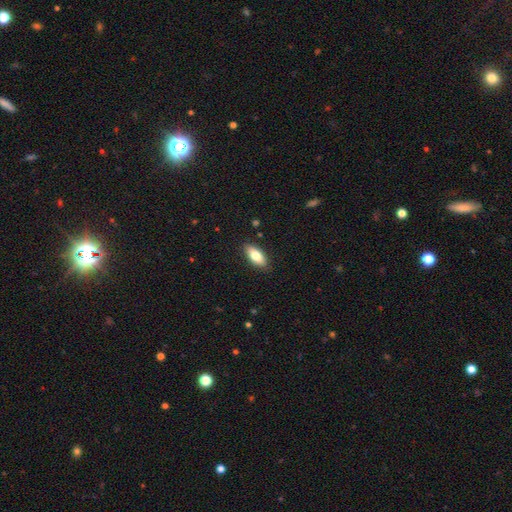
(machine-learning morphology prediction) This appears to be a smooth galaxy with no disk features (79%) that is in between round and cigar-shaped (88%). Merging: none (88%).